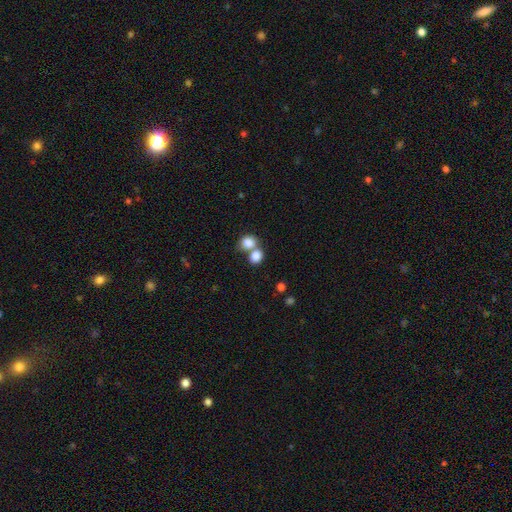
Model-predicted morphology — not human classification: type=smooth (83%); roundness=round (64%); merging=merger (52%).